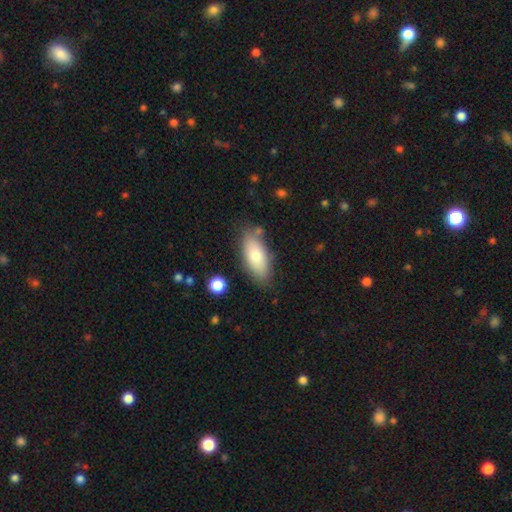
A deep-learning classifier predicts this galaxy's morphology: smooth_or_featured: smooth (p=0.76) [alt: featured or disk p=0.18]
how_rounded: in between (p=0.85) [alt: cigar-shaped p=0.13]
merging: none (p=0.77) [alt: minor disturbance p=0.15]